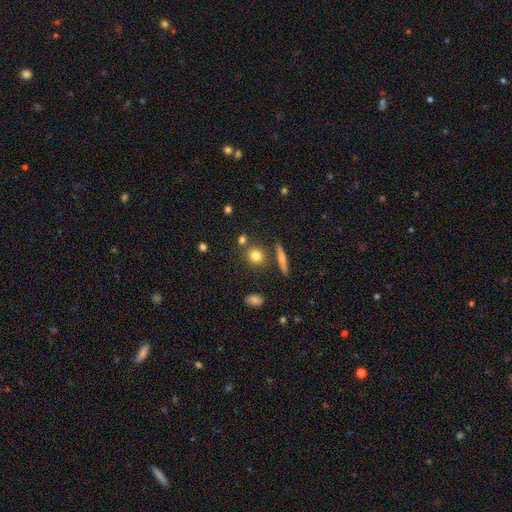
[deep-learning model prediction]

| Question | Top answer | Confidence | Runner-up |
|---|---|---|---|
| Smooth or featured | smooth | 78% | star or artifact (12%) |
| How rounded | round | 77% | in between (19%) |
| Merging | none | 75% | merger (12%) |